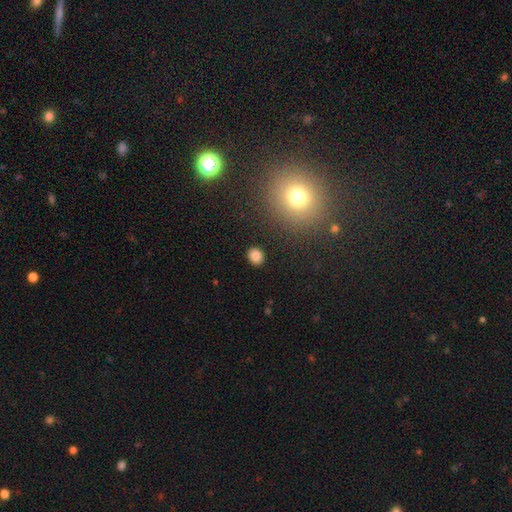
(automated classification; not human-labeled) Morphology: type=smooth (83%); roundness=round (64%); merging=none (88%).